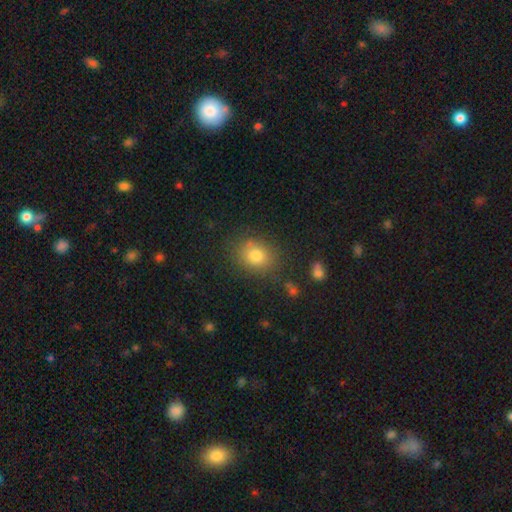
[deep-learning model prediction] A smooth galaxy with no disk features (80%) that is round (57%).

Vote fractions:
- Smooth or featured? smooth: 80% / star or artifact: 12% / featured or disk: 9%
- How rounded? round: 57% / in between: 42% / cigar-shaped: 1%
- Merging? none: 80% / minor disturbance: 13% / major disturbance: 4% / merger: 3%